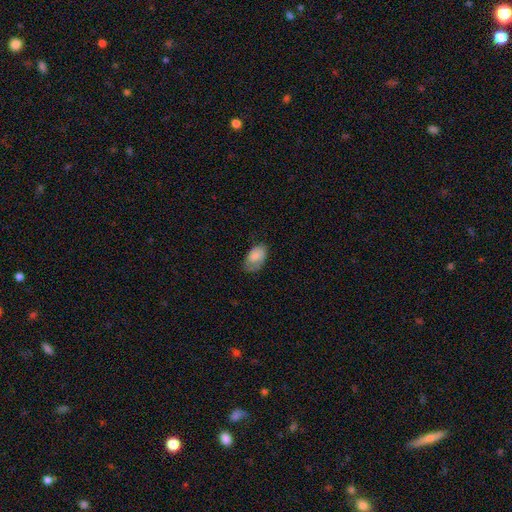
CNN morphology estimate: A smooth galaxy with no disk features (80%) that is in between round and cigar-shaped (92%).

Vote fractions:
- Smooth or featured? smooth: 80% / featured or disk: 13% / star or artifact: 7%
- How rounded? in between: 92% / round: 6% / cigar-shaped: 1%
- Merging? none: 56% / minor disturbance: 31% / major disturbance: 12% / merger: 1%